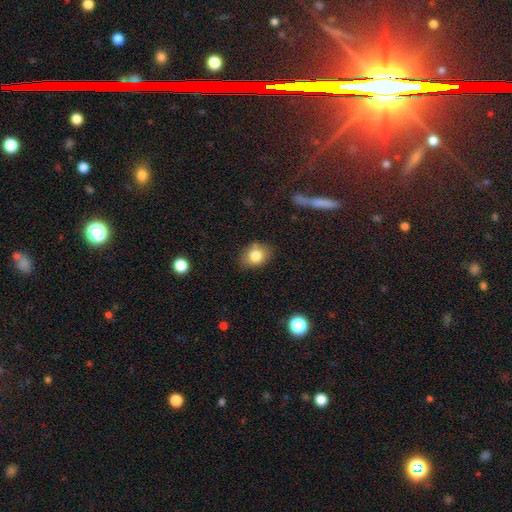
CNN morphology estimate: A smooth galaxy with no disk features (80%) that is in between round and cigar-shaped (61%). Merging: none (76%).